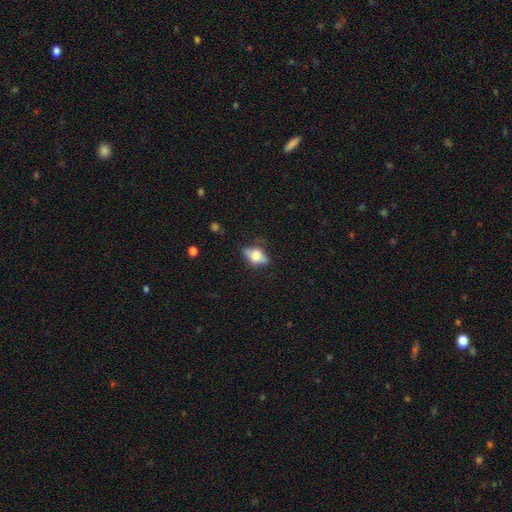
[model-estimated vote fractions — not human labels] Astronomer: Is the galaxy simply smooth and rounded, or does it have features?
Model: smooth — 54% (runner-up: featured or disk, 37%).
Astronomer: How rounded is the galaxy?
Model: in between — 81%.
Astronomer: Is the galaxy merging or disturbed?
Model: none — 64%.